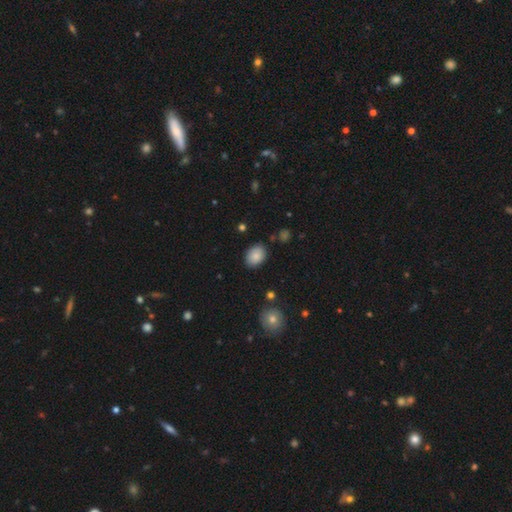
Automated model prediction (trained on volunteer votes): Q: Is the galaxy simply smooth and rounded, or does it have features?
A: smooth — 86%.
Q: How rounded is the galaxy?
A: in between — 76%.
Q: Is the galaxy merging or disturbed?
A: none — 84%.